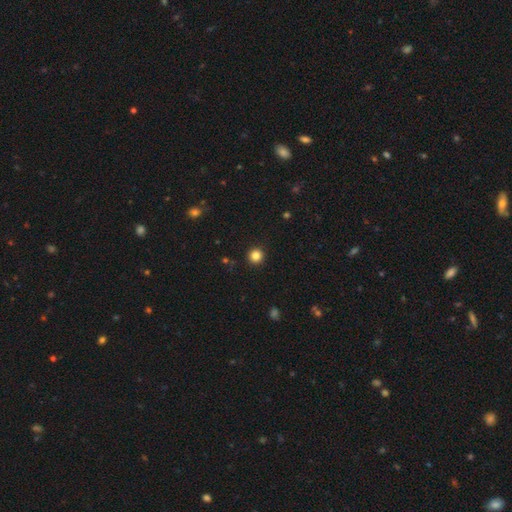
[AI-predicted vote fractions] This appears to be a smooth galaxy with no disk features (84%) that is round (95%). Merging: none (93%).